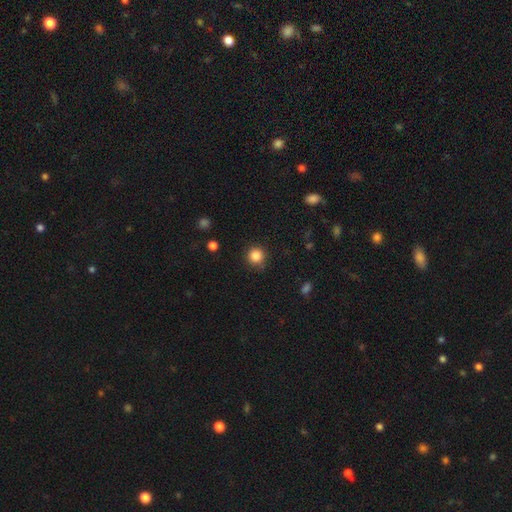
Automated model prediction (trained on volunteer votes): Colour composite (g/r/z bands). It shows a smooth galaxy with no disk features (85%) that is round (94%). Merging: none (85%).